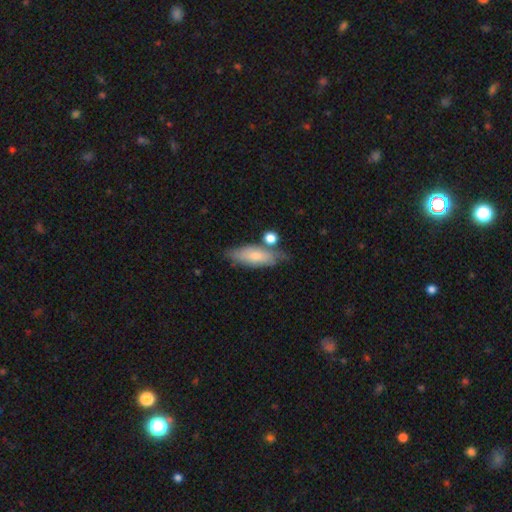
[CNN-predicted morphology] smooth_or_featured: smooth (p=0.66) [alt: featured or disk p=0.28]
how_rounded: in between (p=0.67) [alt: cigar-shaped p=0.30]
merging: none (p=0.59) [alt: minor disturbance p=0.21]